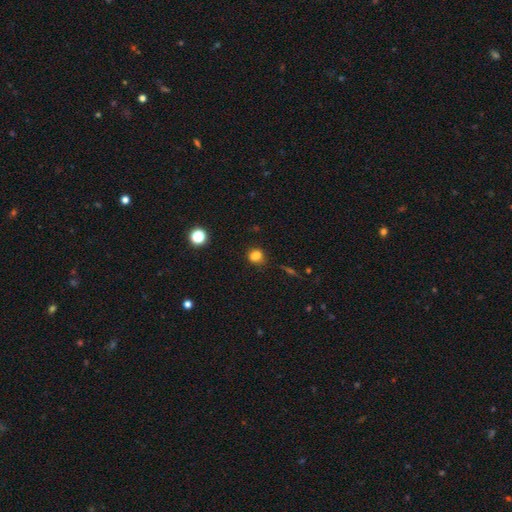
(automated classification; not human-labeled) The model was most divided on "merging": none: 58%, merger: 23%, minor disturbance: 15%, major disturbance: 5%. More confident: smooth or featured — smooth (76%); how rounded — round (70%).